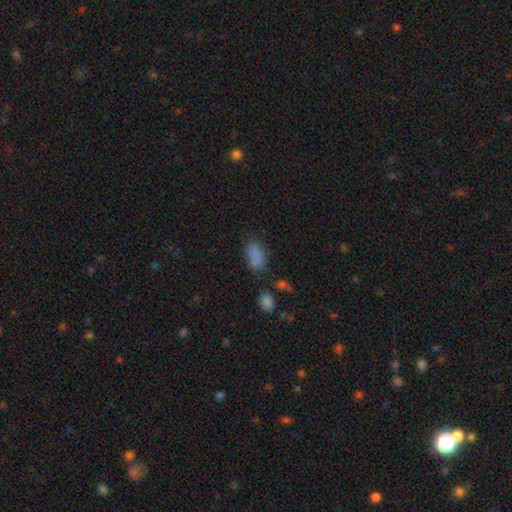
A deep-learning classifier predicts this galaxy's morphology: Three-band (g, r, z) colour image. It shows a smooth galaxy with no disk features (80%) that is in between round and cigar-shaped (91%). Merging: none (59%).